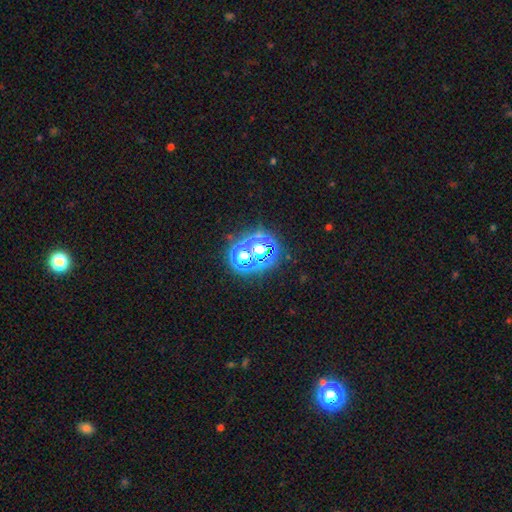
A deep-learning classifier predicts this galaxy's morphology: type=star or artifact (72%).